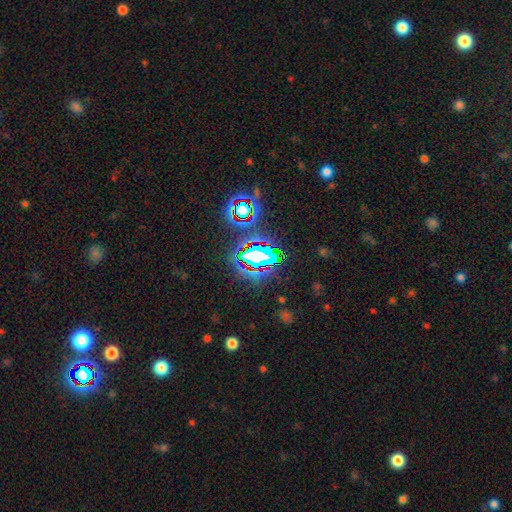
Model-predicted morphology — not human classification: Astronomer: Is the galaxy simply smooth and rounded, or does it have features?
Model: star or artifact — 71%.